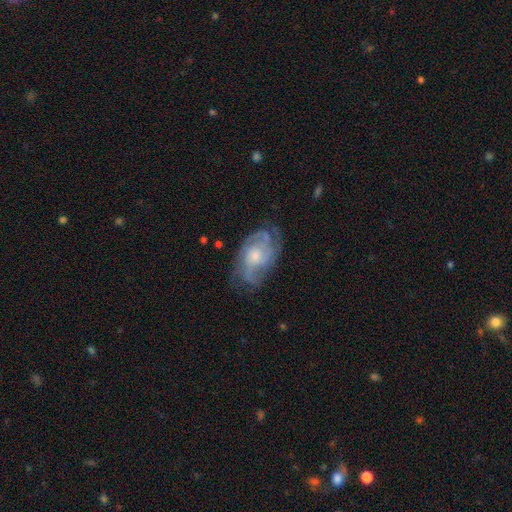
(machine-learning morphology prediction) Q: Smooth or featured?
A: featured or disk (81%); runner-up: smooth (13%)
Q: Edge-on disk?
A: no (96%); runner-up: yes (4%)
Q: Bar?
A: no (73%); runner-up: weak (24%)
Q: Spiral arms?
A: yes (93%); runner-up: no (7%)
Q: Spiral winding?
A: tight (44%); runner-up: medium (42%)
Q: Spiral arm count?
A: can't tell (28%); runner-up: 3 (26%)
Q: Bulge size?
A: moderate (50%); runner-up: small (39%)
Q: Merging?
A: none (66%); runner-up: minor disturbance (22%)